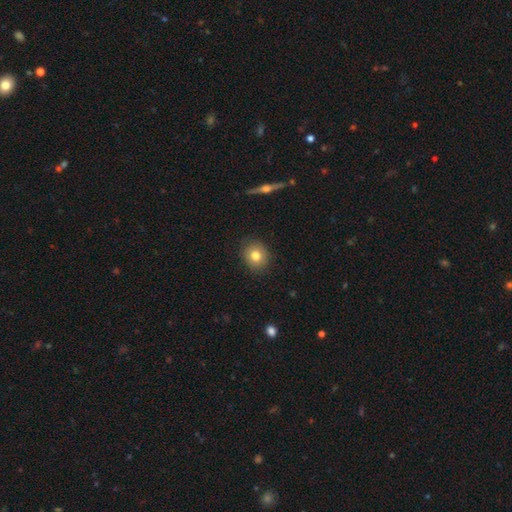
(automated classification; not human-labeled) A smooth galaxy with no disk features (78%) that is round (79%).

Vote fractions:
- Smooth or featured? smooth: 78% / featured or disk: 12% / star or artifact: 10%
- How rounded? round: 79% / in between: 20% / cigar-shaped: 1%
- Merging? none: 87% / minor disturbance: 9% / major disturbance: 2% / merger: 1%